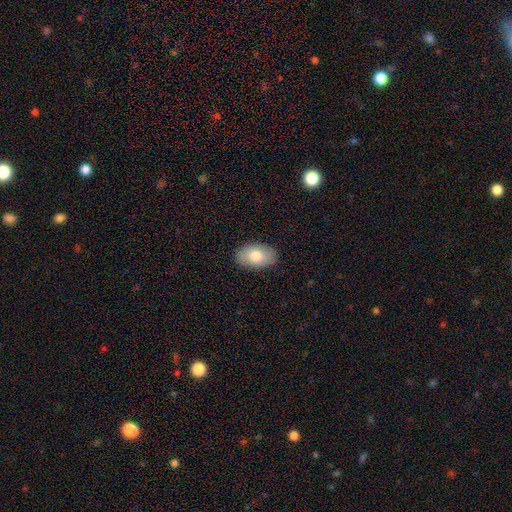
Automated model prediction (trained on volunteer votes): This appears to be a smooth galaxy with no disk features (77%) that is in between round and cigar-shaped (93%). Merging: none (87%).